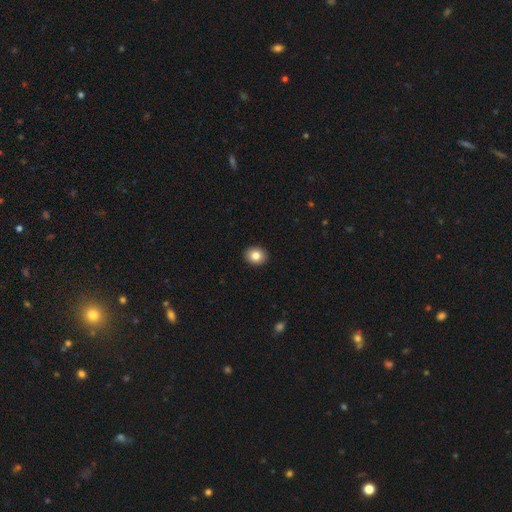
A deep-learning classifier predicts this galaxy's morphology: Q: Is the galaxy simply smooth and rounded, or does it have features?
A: smooth — 83%.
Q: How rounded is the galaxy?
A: round — 64%.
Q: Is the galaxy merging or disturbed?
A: none — 92%.